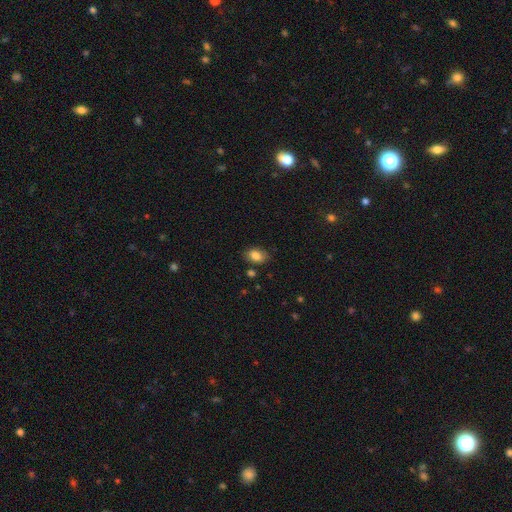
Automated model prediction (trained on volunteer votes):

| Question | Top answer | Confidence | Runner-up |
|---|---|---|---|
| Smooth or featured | smooth | 84% | star or artifact (9%) |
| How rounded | in between | 85% | round (14%) |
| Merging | none | 80% | minor disturbance (14%) |